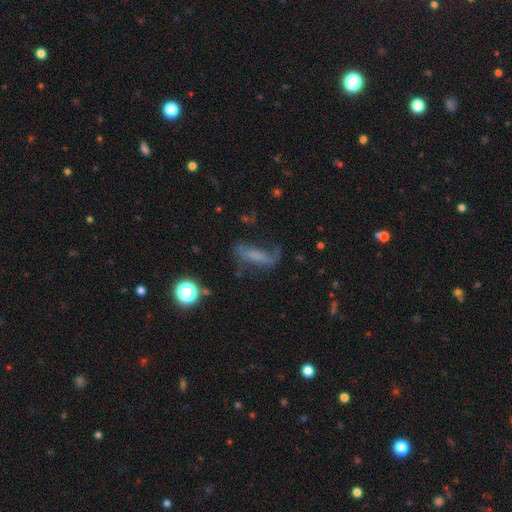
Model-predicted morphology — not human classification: The model was most divided on "smooth or featured" (2-way tie): featured or disk: 41%, smooth: 41%, star or artifact: 17%. Remaining: merging — none (46%).